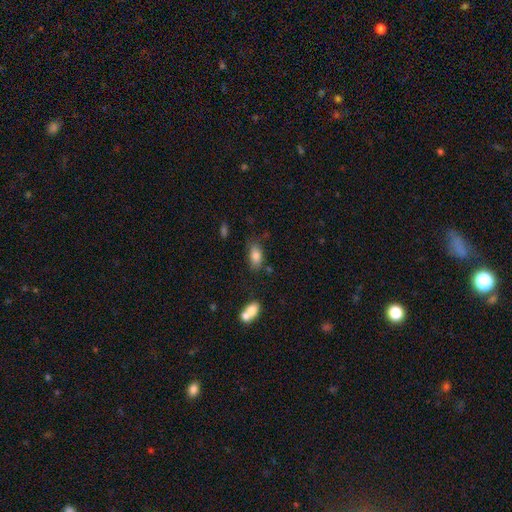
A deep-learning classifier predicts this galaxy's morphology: A smooth galaxy with no disk features (82%) that is in between round and cigar-shaped (89%). Merging: none (69%).